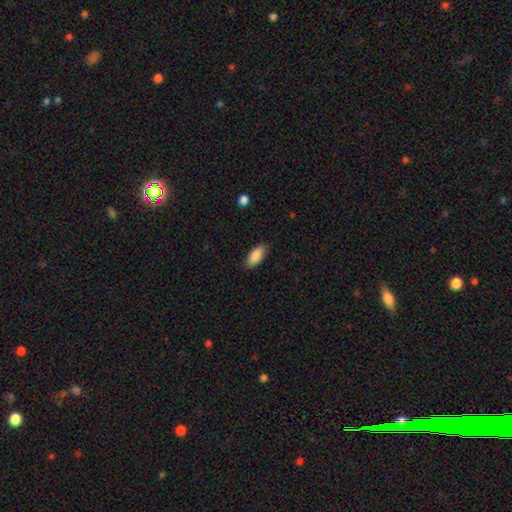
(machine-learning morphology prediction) smooth-or-featured: smooth: 88% | star or artifact: 6% | featured or disk: 6%
  how-rounded: in between: 89% | cigar-shaped: 9% | round: 2%
  merging: none: 85% | minor disturbance: 11% | major disturbance: 2% | merger: 1%